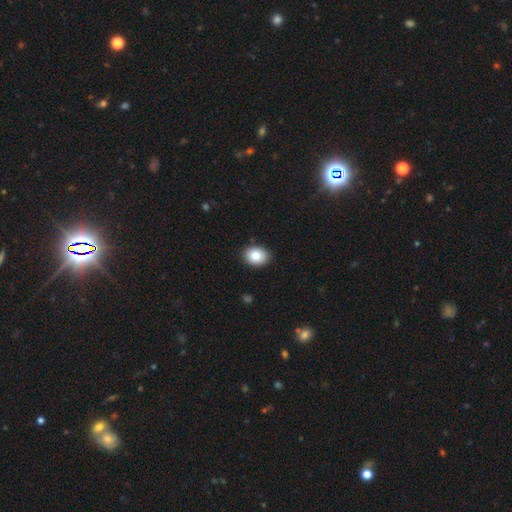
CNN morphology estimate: Smooth or featured: smooth — 82% (star or artifact — 9%)
How rounded: in between — 54% (round — 45%)
Merging: none — 89% (minor disturbance — 8%)